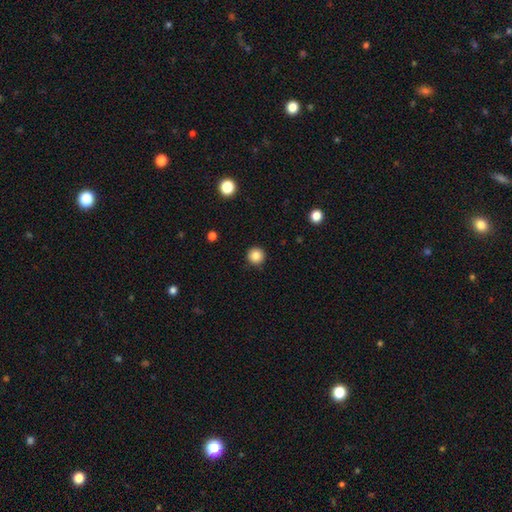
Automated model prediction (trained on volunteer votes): Q: Smooth or featured?
A: smooth (85%); runner-up: star or artifact (11%)
Q: How rounded?
A: round (96%); runner-up: in between (3%)
Q: Merging?
A: none (92%); runner-up: minor disturbance (5%)